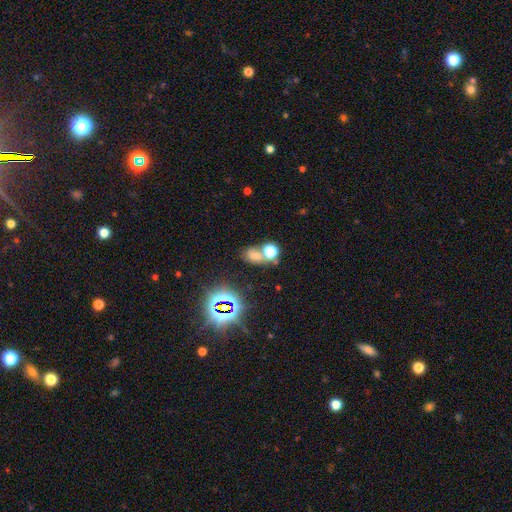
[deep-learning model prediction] A smooth galaxy with no disk features (57%) that is in between round and cigar-shaped (61%). Merging: none (43%).